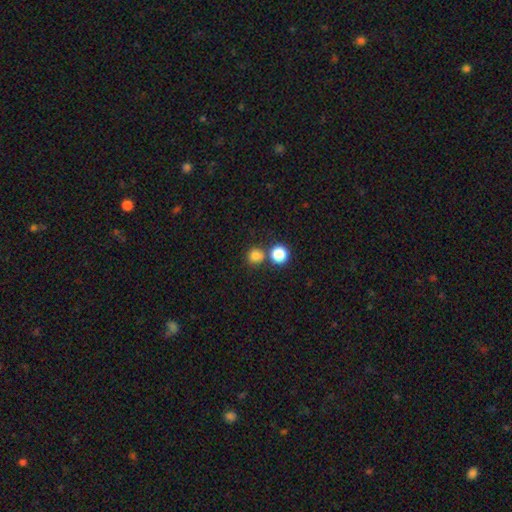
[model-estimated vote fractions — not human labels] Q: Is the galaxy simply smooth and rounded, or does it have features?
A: smooth — 80%.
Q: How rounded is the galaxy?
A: round — 91%.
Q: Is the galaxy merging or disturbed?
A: none — 71%.